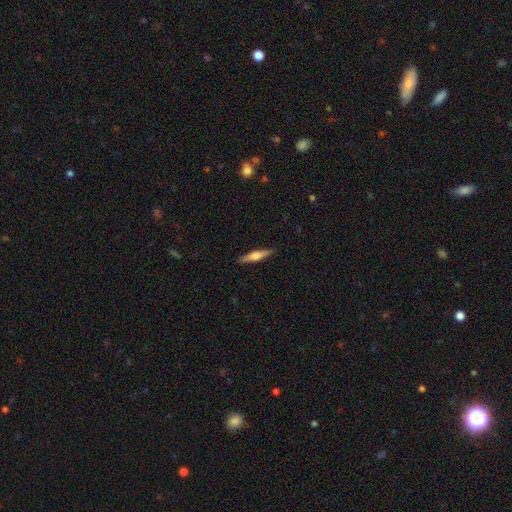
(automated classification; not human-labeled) Q: Smooth or featured?
A: featured or disk (55%); runner-up: smooth (40%)
Q: Edge-on disk?
A: yes (97%); runner-up: no (3%)
Q: Edge-on bulge?
A: rounded (86%); runner-up: boxy (9%)
Q: Merging?
A: none (91%); runner-up: minor disturbance (7%)